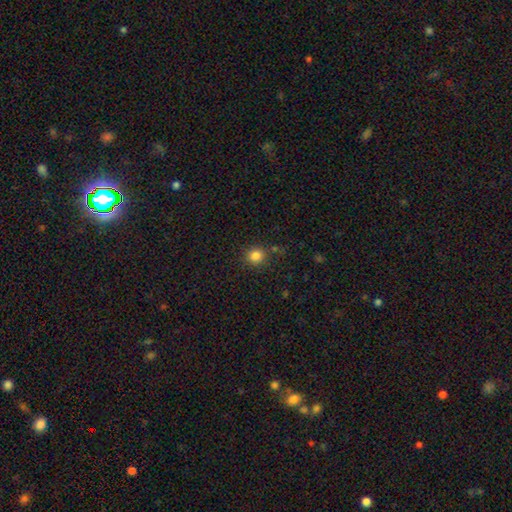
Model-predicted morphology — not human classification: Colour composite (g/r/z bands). It shows a smooth galaxy with no disk features (83%) that is round (88%). Merging: none (84%).